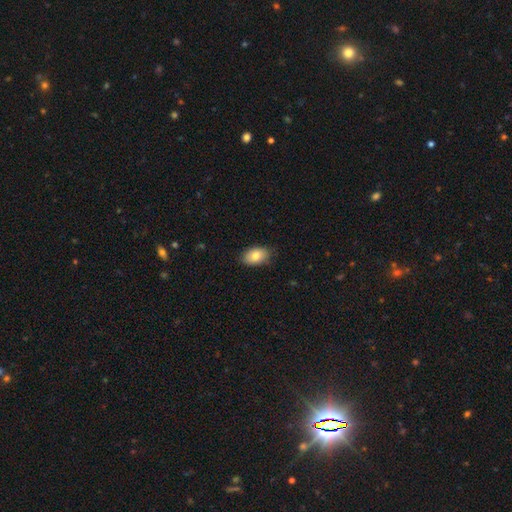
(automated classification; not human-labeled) The model was most divided on "merging": none: 82%, minor disturbance: 15%, major disturbance: 2%, merger: 1%. More confident: how rounded — in between (90%); smooth or featured — smooth (81%).